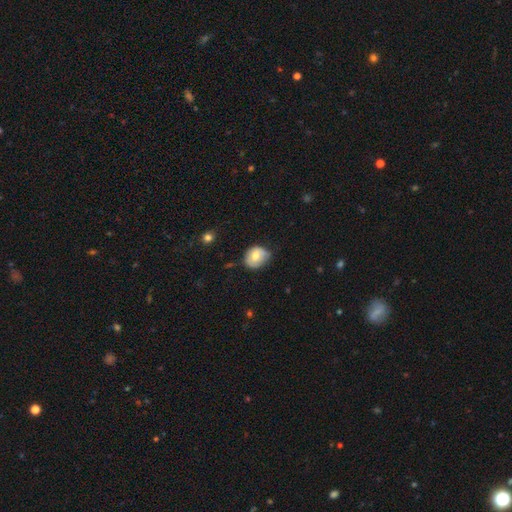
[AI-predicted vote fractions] A smooth galaxy with no disk features (66%) that is round (59%).

Vote fractions:
- Smooth or featured? smooth: 66% / featured or disk: 25% / star or artifact: 8%
- How rounded? round: 59% / in between: 40% / cigar-shaped: 1%
- Merging? none: 52% / minor disturbance: 38% / major disturbance: 8% / merger: 2%